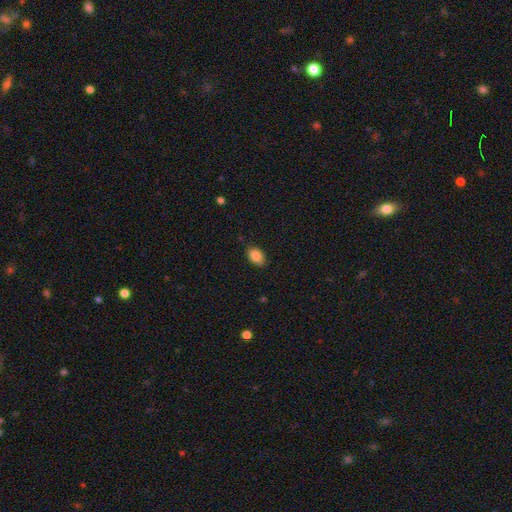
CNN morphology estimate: Q: Smooth or featured?
A: smooth (87%); runner-up: star or artifact (8%)
Q: How rounded?
A: in between (86%); runner-up: round (13%)
Q: Merging?
A: none (80%); runner-up: minor disturbance (16%)